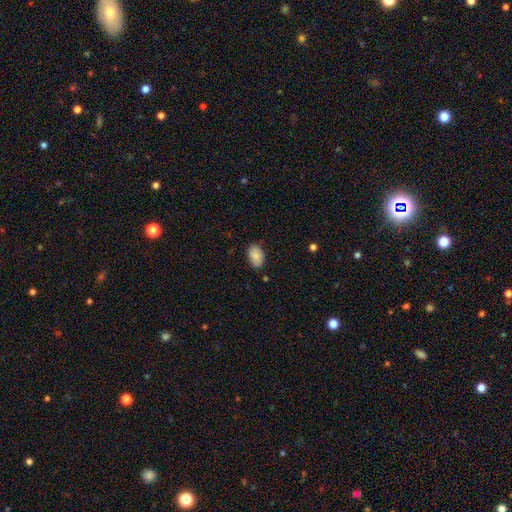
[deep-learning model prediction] The model was most divided on "merging": none: 79%, minor disturbance: 17%, major disturbance: 3%, merger: 1%. More confident: how rounded — in between (90%); smooth or featured — smooth (86%).